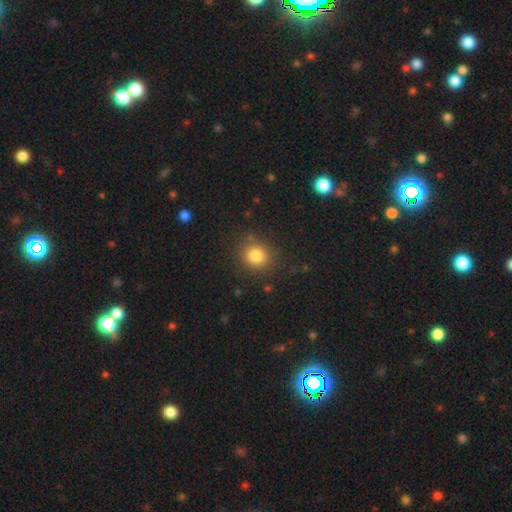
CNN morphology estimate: A smooth galaxy with no disk features (83%) that is round (80%).

Vote fractions:
- Smooth or featured? smooth: 83% / star or artifact: 12% / featured or disk: 6%
- How rounded? round: 80% / in between: 19% / cigar-shaped: 1%
- Merging? none: 84% / minor disturbance: 10% / major disturbance: 4% / merger: 2%